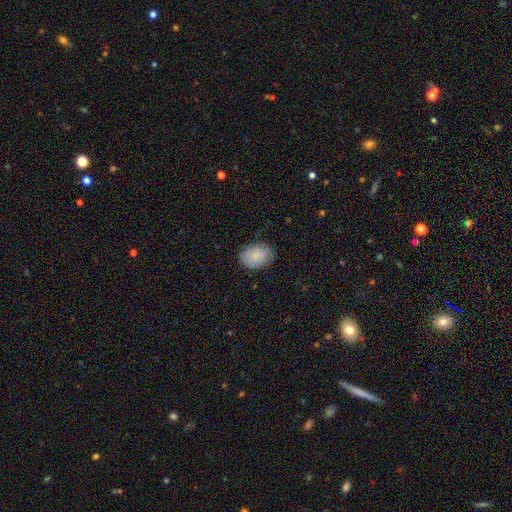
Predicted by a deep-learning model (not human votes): Q: Smooth or featured?
A: smooth (84%); runner-up: featured or disk (10%)
Q: How rounded?
A: in between (77%); runner-up: round (22%)
Q: Merging?
A: none (78%); runner-up: minor disturbance (17%)